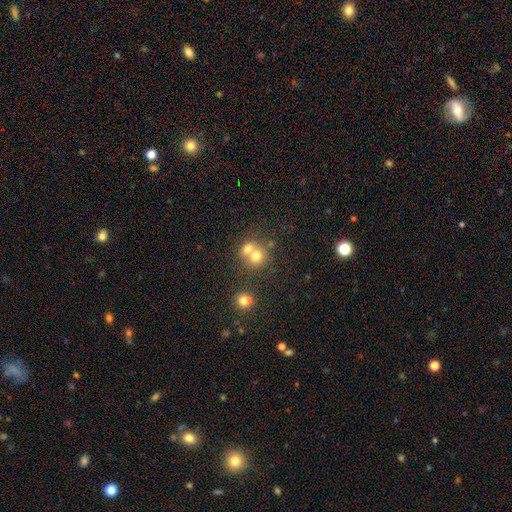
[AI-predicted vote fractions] A smooth galaxy with no disk features (69%) that is round (78%). Merging: merger (57%).